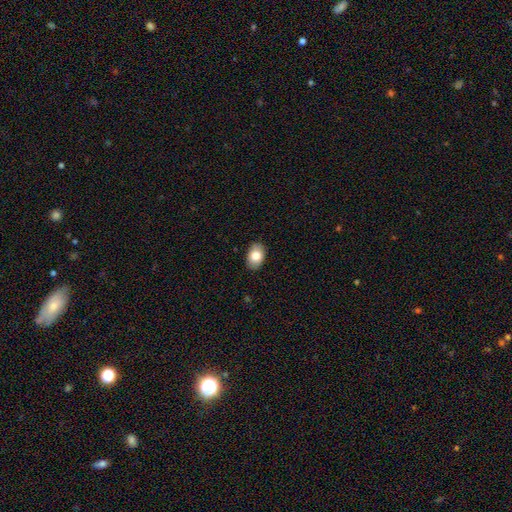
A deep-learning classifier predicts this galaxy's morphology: smooth-or-featured: smooth: 82% | featured or disk: 11% | star or artifact: 7%
  how-rounded: in between: 85% | round: 14% | cigar-shaped: 1%
  merging: none: 89% | minor disturbance: 9% | major disturbance: 2% | merger: 1%